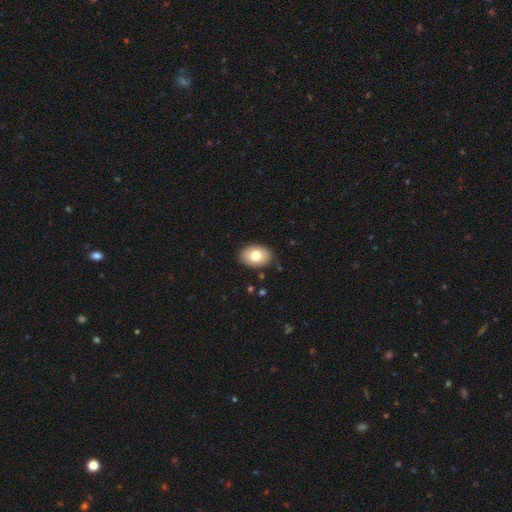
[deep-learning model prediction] smooth_or_featured: smooth (p=0.77) [alt: featured or disk p=0.16]
how_rounded: in between (p=0.79) [alt: round p=0.20]
merging: none (p=0.88) [alt: minor disturbance p=0.09]